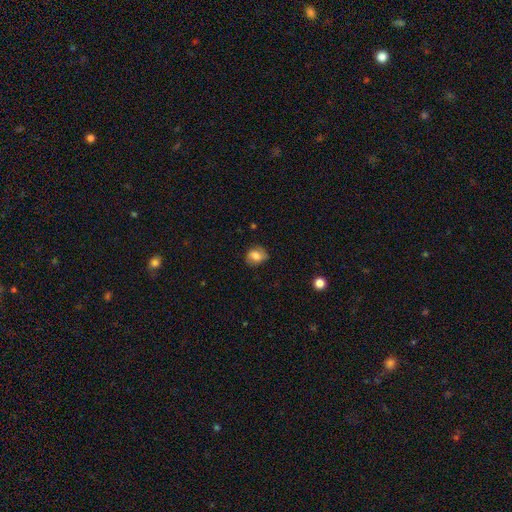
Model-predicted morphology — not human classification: Smooth or featured?
  - smooth: 73% *
  - featured or disk: 17%
  - star or artifact: 10%
How rounded?
  - round: 51% *
  - in between: 48%
  - cigar-shaped: 1%
Merging?
  - none: 71% *
  - minor disturbance: 22%
  - major disturbance: 6%
  - merger: 1%